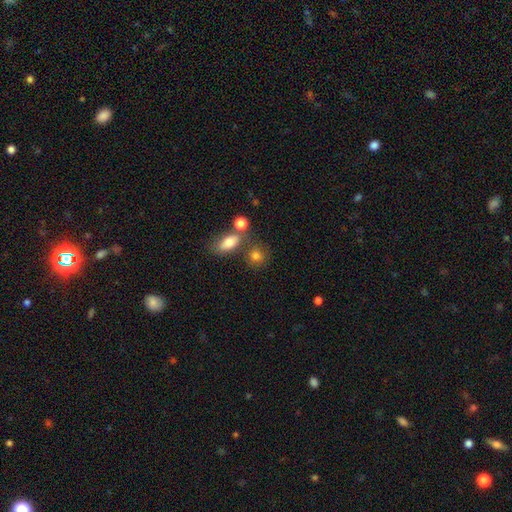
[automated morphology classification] Overall: smooth (79%). How rounded: round (66%; in between 31%). Merging: none (60%; merger 23%).